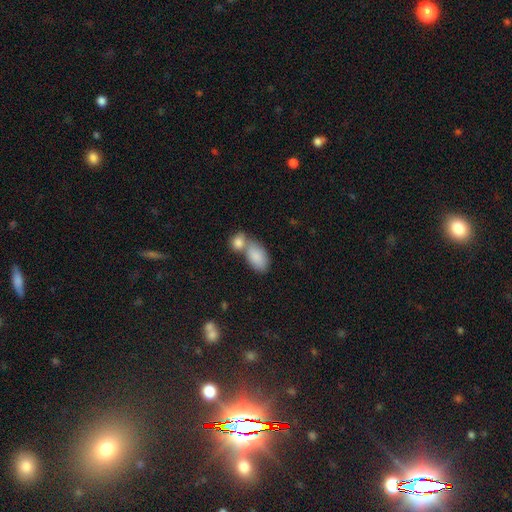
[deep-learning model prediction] Smooth or featured: smooth — 86% (featured or disk — 8%)
How rounded: in between — 92% (round — 5%)
Merging: merger — 51% (none — 34%)